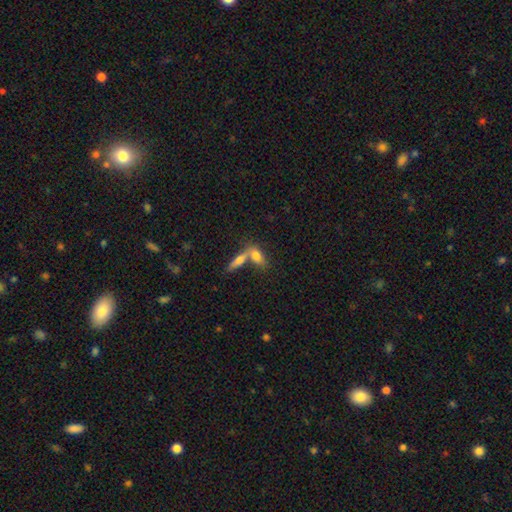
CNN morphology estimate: Smooth or featured: smooth — 72% (featured or disk — 20%)
How rounded: in between — 69% (cigar-shaped — 25%)
Merging: merger — 55% (none — 33%)